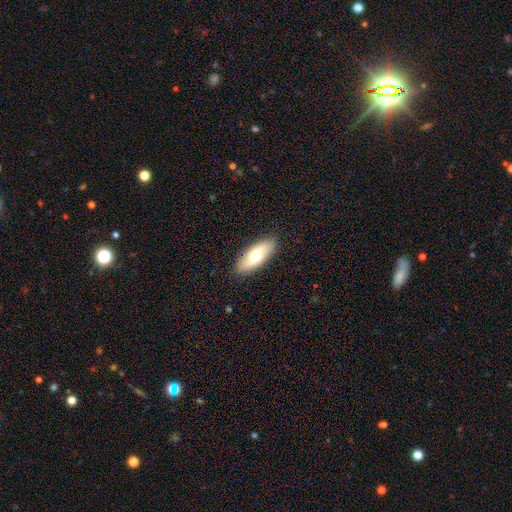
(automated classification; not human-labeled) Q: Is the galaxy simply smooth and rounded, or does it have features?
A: smooth — 68%.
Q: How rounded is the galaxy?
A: in between — 79%.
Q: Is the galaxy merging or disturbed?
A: none — 88%.